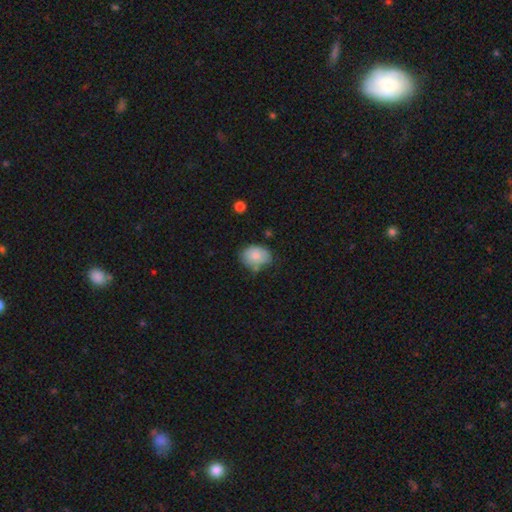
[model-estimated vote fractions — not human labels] Smooth or featured? smooth (83%)
How rounded? in between (64%)
Merging? none (60%)